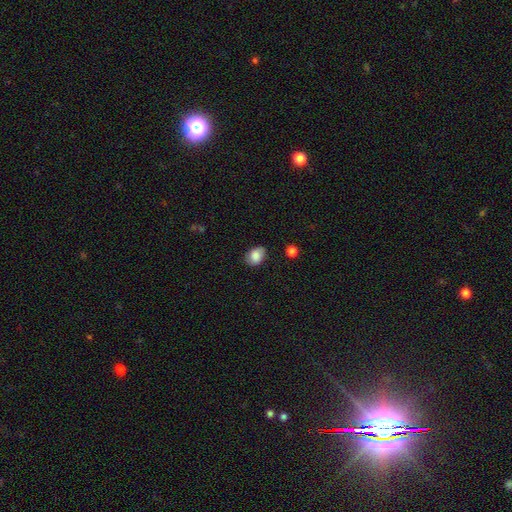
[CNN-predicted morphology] This appears to be a smooth galaxy with no disk features (82%) that is in between round and cigar-shaped (74%). Merging: none (76%).